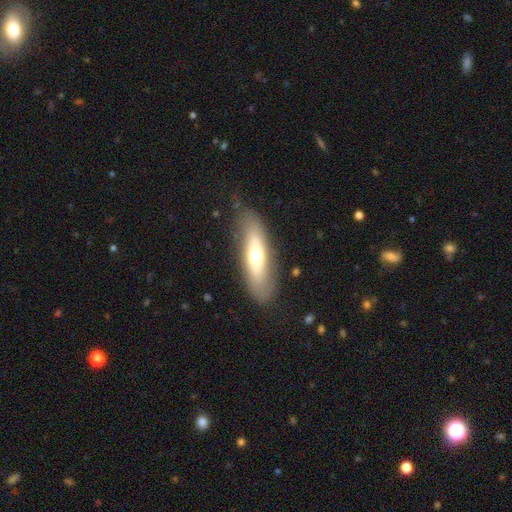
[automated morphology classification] smooth_or_featured: smooth (p=0.54) [alt: featured or disk p=0.40]
how_rounded: cigar-shaped (p=0.49) [alt: in between p=0.48]
merging: none (p=0.79) [alt: minor disturbance p=0.14]